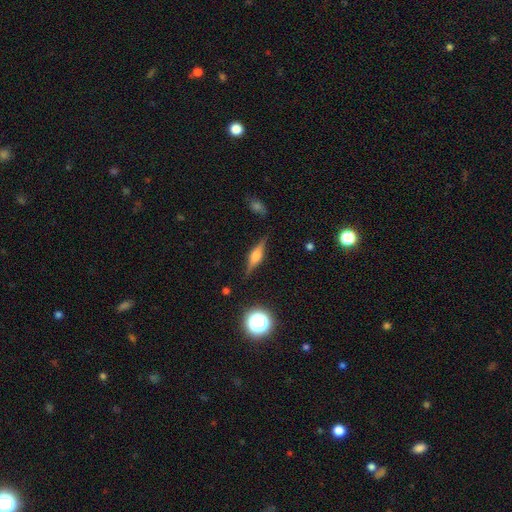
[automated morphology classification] This is likely a featured or disk galaxy (69%). It is clearly viewed edge-on (96%). Edge-on bulge: likely rounded (80%). Merging: clearly none (85%).